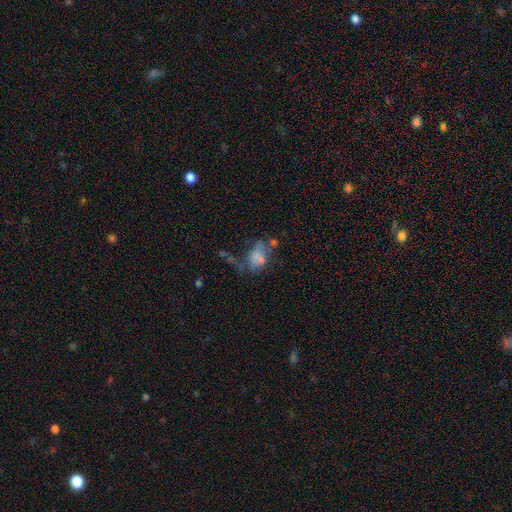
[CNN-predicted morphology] smooth_or_featured: smooth (p=0.55) [alt: featured or disk p=0.30]
how_rounded: in between (p=0.79) [alt: round p=0.19]
merging: major disturbance (p=0.30) [alt: none p=0.26]